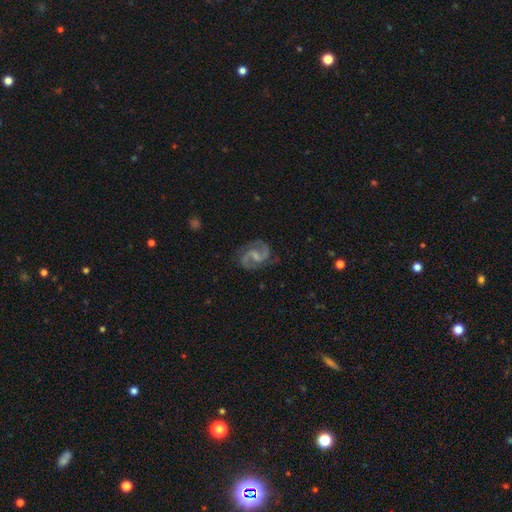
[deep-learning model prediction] This appears to be a featured or disk galaxy (90%) with a weak bar (54%), 2 (93%) medium (61%) spiral arms (98%) and a small central bulge (39%). Merging: none (79%).